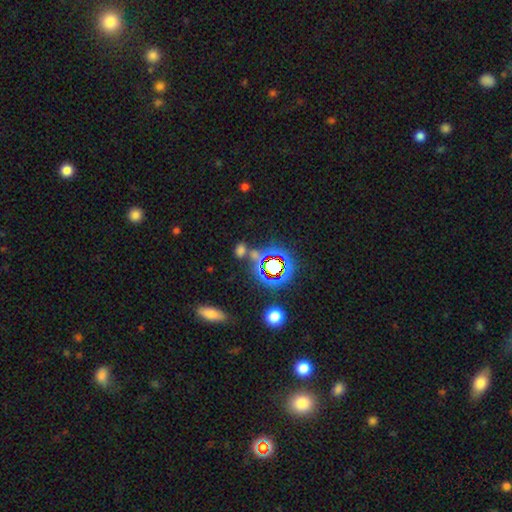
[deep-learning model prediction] smooth-or-featured: star or artifact: 54% | smooth: 36% | featured or disk: 10%